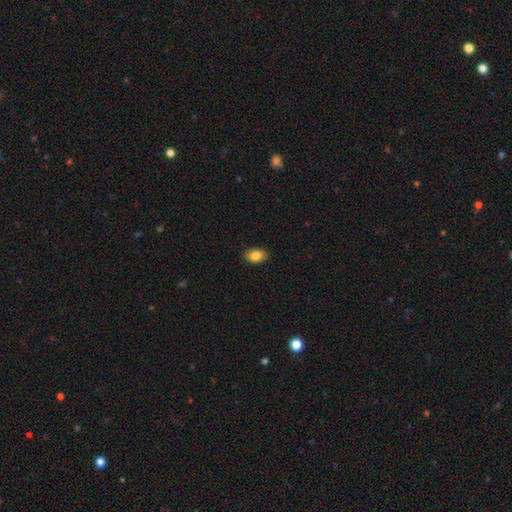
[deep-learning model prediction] A smooth galaxy with no disk features (85%) that is in between round and cigar-shaped (85%). Merging: none (87%).